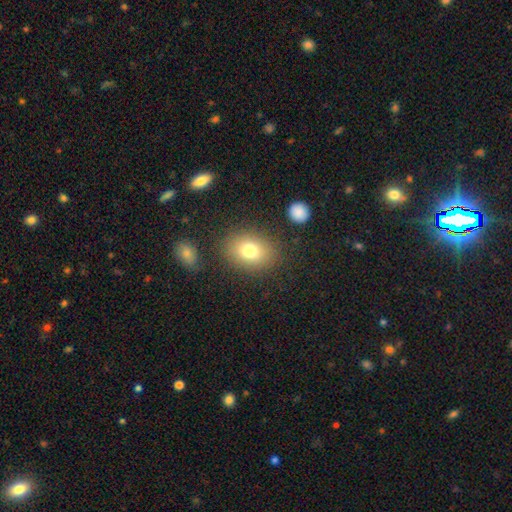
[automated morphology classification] Q: Smooth or featured?
A: smooth (75%); runner-up: star or artifact (14%)
Q: How rounded?
A: in between (63%); runner-up: round (36%)
Q: Merging?
A: none (86%); runner-up: minor disturbance (9%)